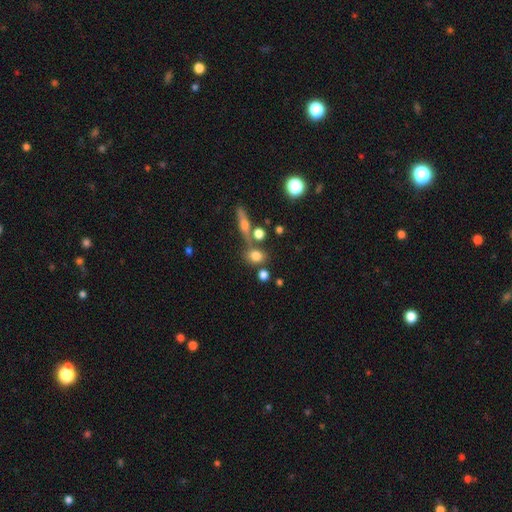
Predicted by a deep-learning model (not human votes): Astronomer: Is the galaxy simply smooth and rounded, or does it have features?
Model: smooth — 75%.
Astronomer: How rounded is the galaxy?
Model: round — 55% (runner-up: in between, 40%).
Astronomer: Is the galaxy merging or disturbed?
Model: none — 65%.